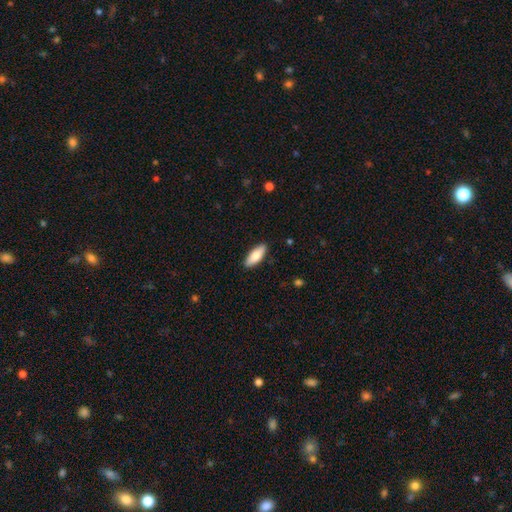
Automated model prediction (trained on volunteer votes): Morphology: type=smooth (81%); roundness=in between (75%); merging=none (89%).